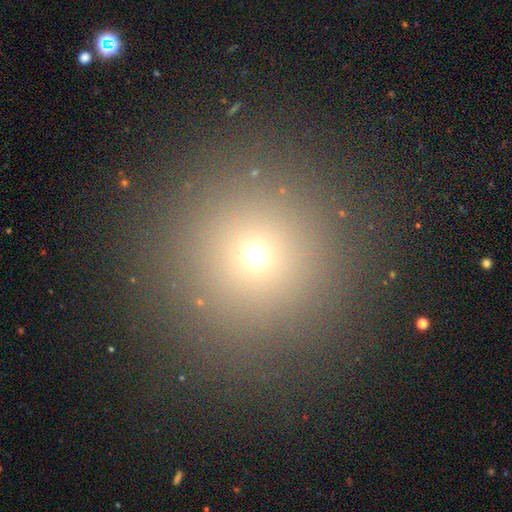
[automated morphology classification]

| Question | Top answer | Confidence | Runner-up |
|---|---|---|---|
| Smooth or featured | smooth | 66% | star or artifact (25%) |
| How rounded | round | 95% | in between (4%) |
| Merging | none | 89% | minor disturbance (6%) |